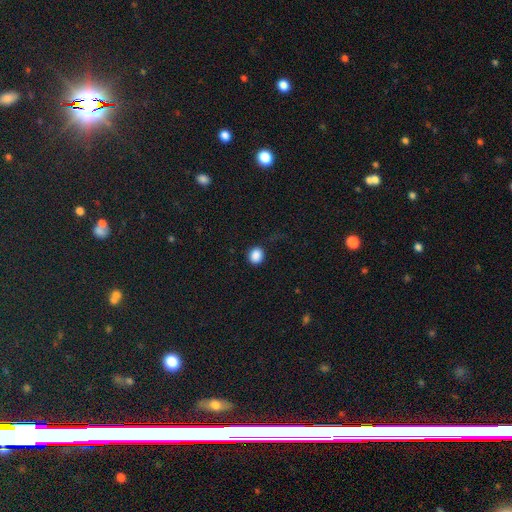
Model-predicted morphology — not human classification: type=smooth (88%); roundness=round (76%); merging=none (86%).